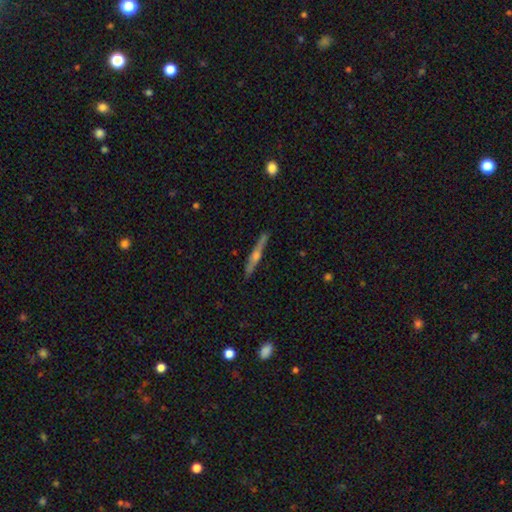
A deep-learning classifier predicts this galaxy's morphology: This is likely a featured or disk galaxy (69%). It is clearly viewed edge-on (97%). Edge-on bulge: clearly rounded (83%). Merging: clearly none (87%).